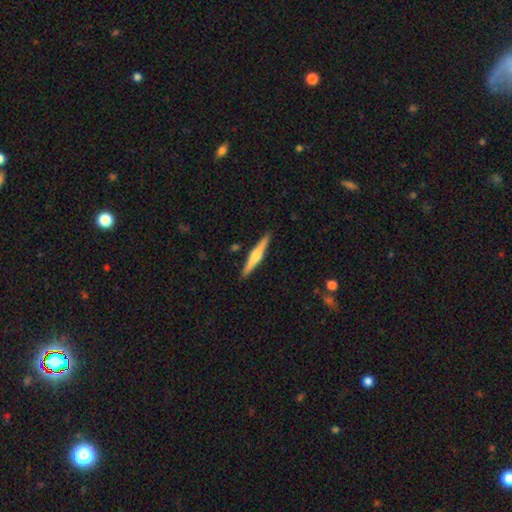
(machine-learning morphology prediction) smooth-or-featured: featured or disk: 57% | smooth: 38% | star or artifact: 5%
  disk-edge-on: yes: 98% | no: 2%
    edge-on-bulge: rounded: 78% | boxy: 12% | none: 10%
  merging: none: 91% | minor disturbance: 7% | major disturbance: 1% | merger: 1%